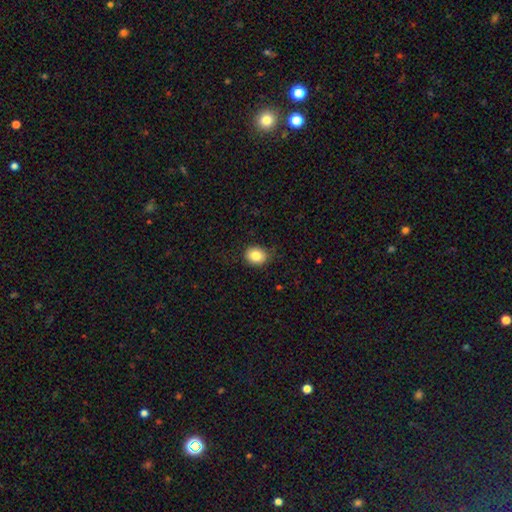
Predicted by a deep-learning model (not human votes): This is clearly a smooth galaxy (84%). How rounded: likely round (65%). Merging: clearly none (80%).